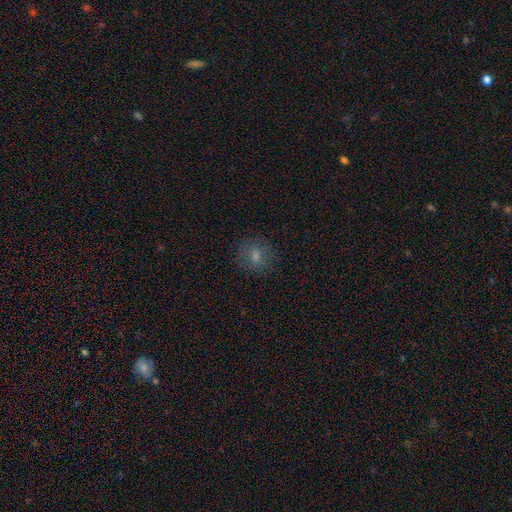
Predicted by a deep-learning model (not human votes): Smooth or featured? Predicted: smooth (p=0.62). How rounded? Predicted: round (p=0.75). Merging? Predicted: none (p=0.85).